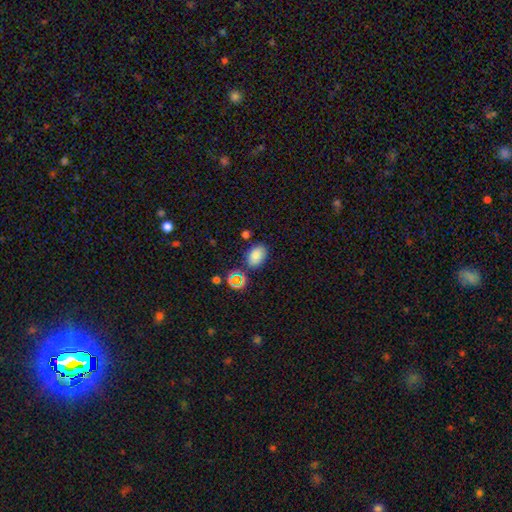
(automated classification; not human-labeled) This is clearly a smooth galaxy (81%). How rounded: clearly in between (82%). Merging: likely none (78%).